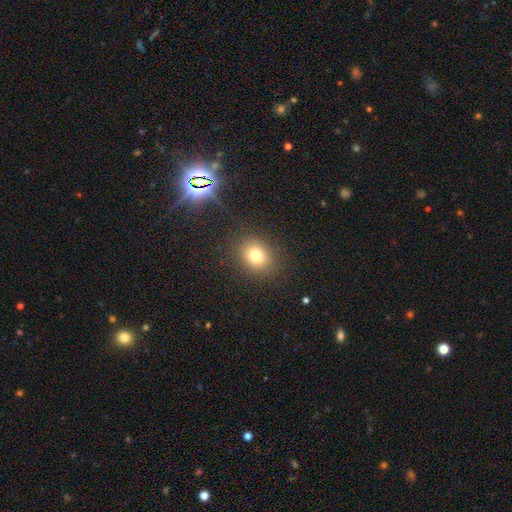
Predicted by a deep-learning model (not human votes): Morphology: type=smooth (76%); roundness=round (66%); merging=none (86%).